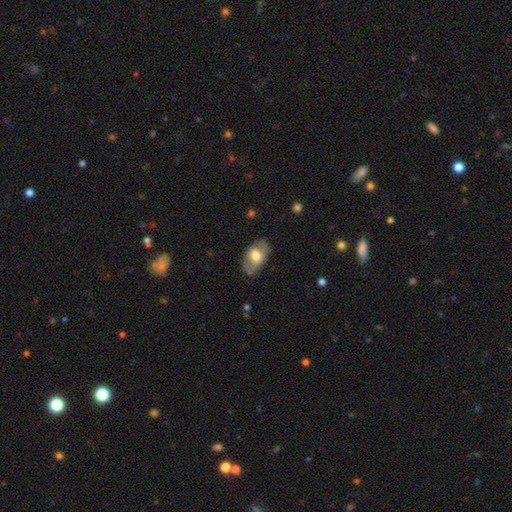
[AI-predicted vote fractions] Morphology: type=smooth (56%); roundness=in between (91%); merging=none (77%).